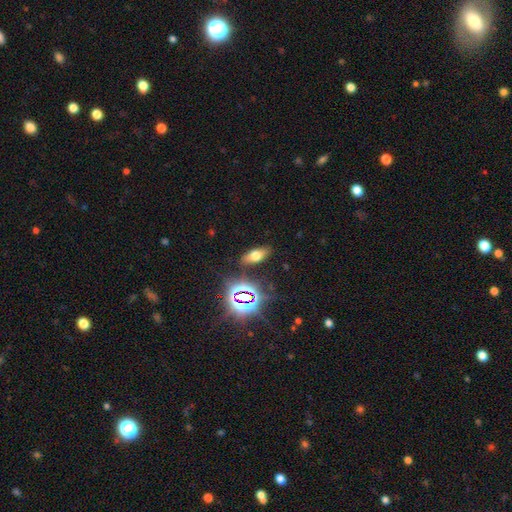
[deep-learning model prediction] Smooth or featured: smooth — 55% (star or artifact — 27%)
How rounded: in between — 79% (cigar-shaped — 14%)
Merging: none — 84% (minor disturbance — 10%)